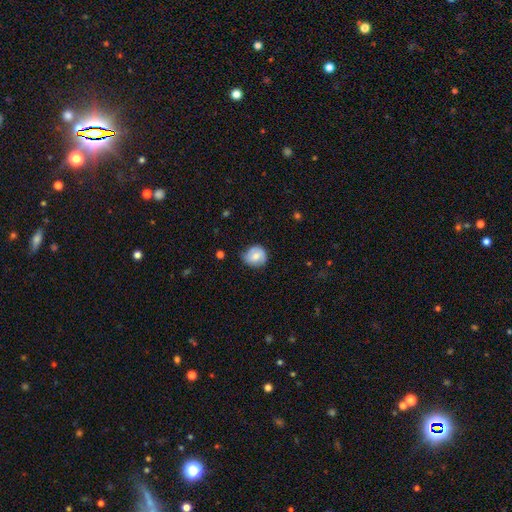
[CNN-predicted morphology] A smooth galaxy with no disk features (62%) that is round (80%). Merging: none (70%).